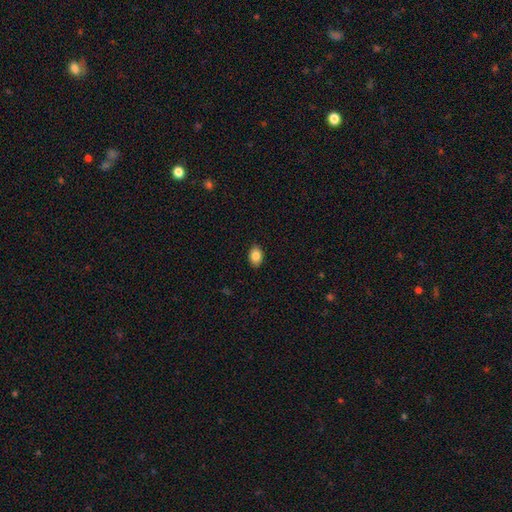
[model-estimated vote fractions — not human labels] A smooth galaxy with no disk features (85%) that is in between round and cigar-shaped (82%). Merging: none (89%).